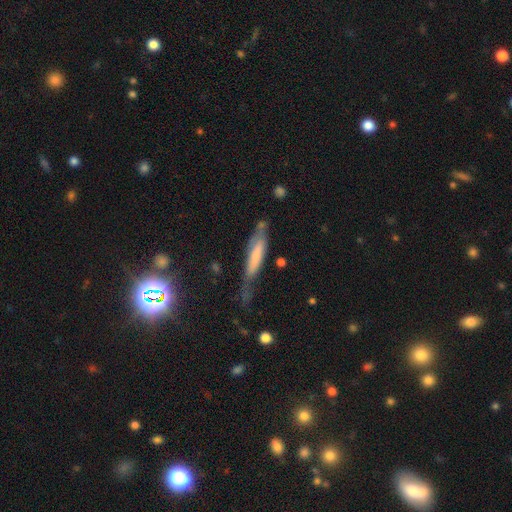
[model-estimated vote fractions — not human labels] Smooth or featured?
  - smooth: 54% *
  - featured or disk: 39%
  - star or artifact: 7%
How rounded?
  - cigar-shaped: 78% *
  - in between: 20%
  - round: 2%
Merging?
  - none: 36% *
  - minor disturbance: 32%
  - major disturbance: 25%
  - merger: 6%